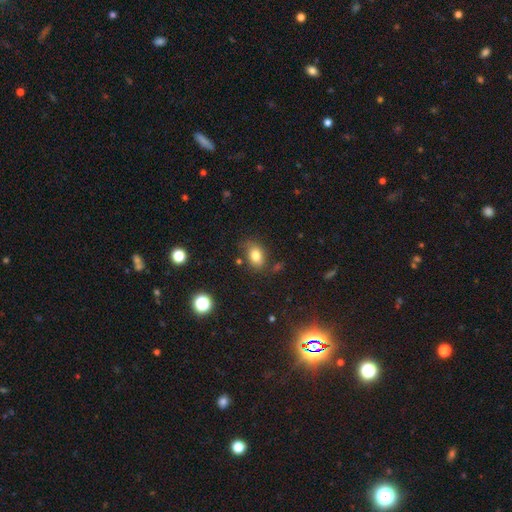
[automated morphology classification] Smooth or featured?
  - smooth: 80% *
  - star or artifact: 11%
  - featured or disk: 9%
How rounded?
  - in between: 74% *
  - round: 25%
  - cigar-shaped: 1%
Merging?
  - none: 74% *
  - minor disturbance: 17%
  - major disturbance: 5%
  - merger: 5%